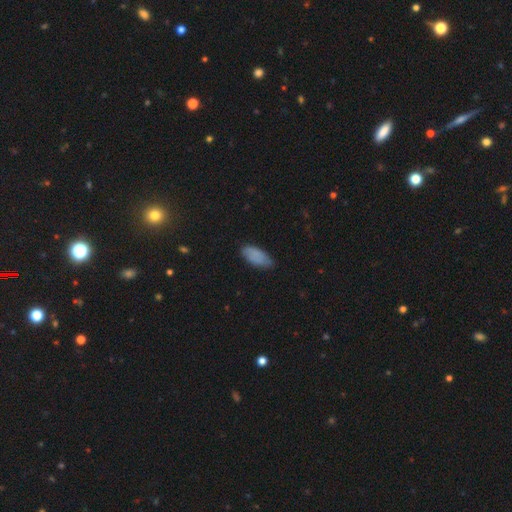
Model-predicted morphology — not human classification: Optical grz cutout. It shows a smooth galaxy with no disk features (83%) that is in between round and cigar-shaped (88%). Merging: none (71%).